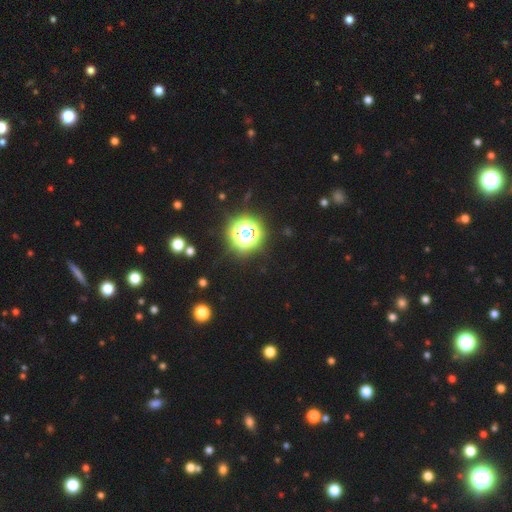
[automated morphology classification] The model was most divided on "smooth or featured": star or artifact: 80%, smooth: 13%, featured or disk: 6%.